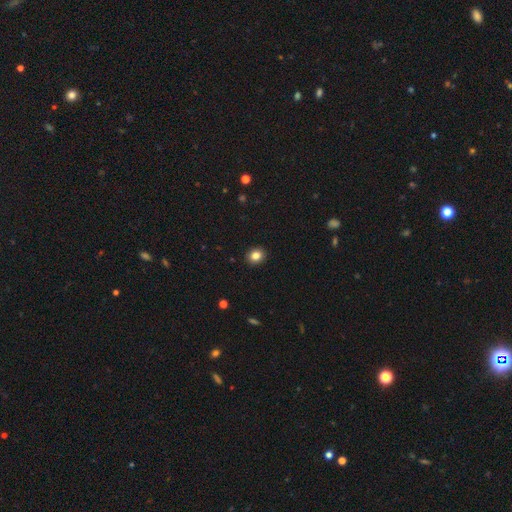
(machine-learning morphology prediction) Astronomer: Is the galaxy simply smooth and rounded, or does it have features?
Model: smooth — 84%.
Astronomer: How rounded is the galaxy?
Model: round — 67%.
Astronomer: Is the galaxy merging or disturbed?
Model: none — 92%.